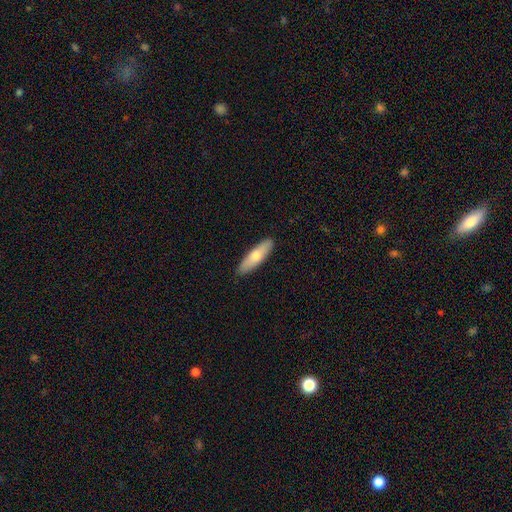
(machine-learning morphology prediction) A smooth galaxy with no disk features (67%) that is cigar-shaped (58%). Merging: none (89%).